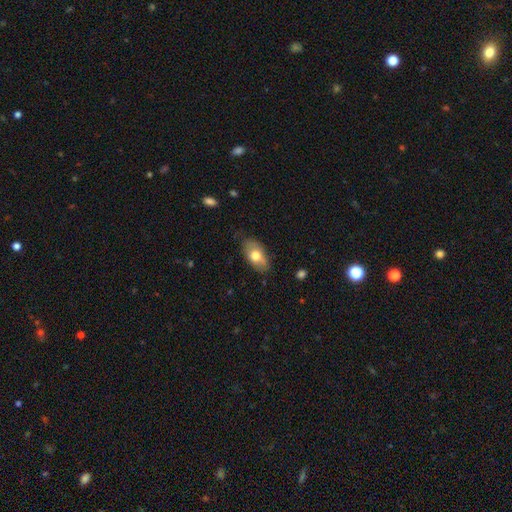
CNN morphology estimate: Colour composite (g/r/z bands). It shows a smooth galaxy with no disk features (70%) that is in between round and cigar-shaped (92%). Merging: none (77%).